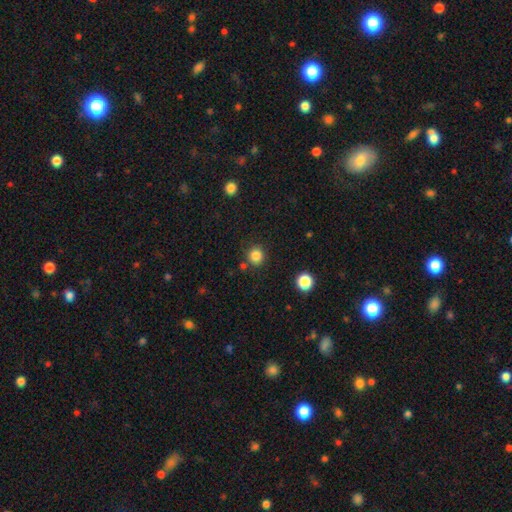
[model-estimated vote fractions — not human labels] smooth 84%, star or artifact 12%, featured or disk 4%. Down the decision tree: how rounded — round (90%); merging — none (85%).